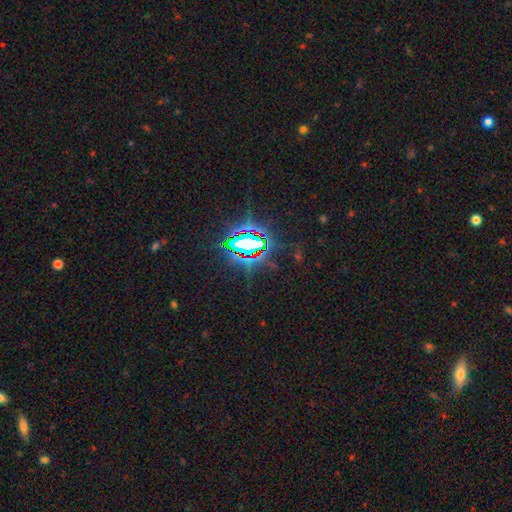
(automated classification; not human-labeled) The model was most divided on "smooth or featured": star or artifact: 82%, smooth: 10%, featured or disk: 8%.